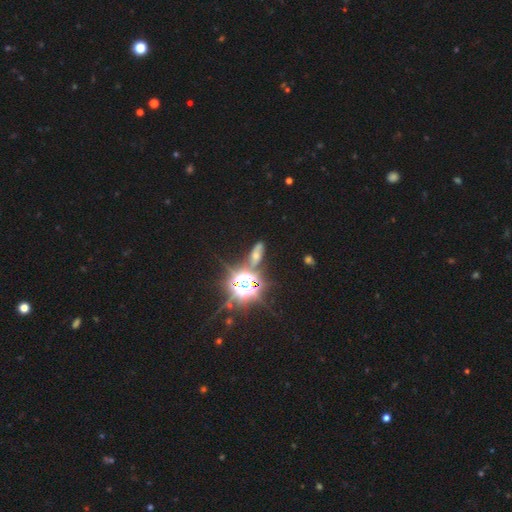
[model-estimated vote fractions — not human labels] Overall: star or artifact (48%; smooth 28%).